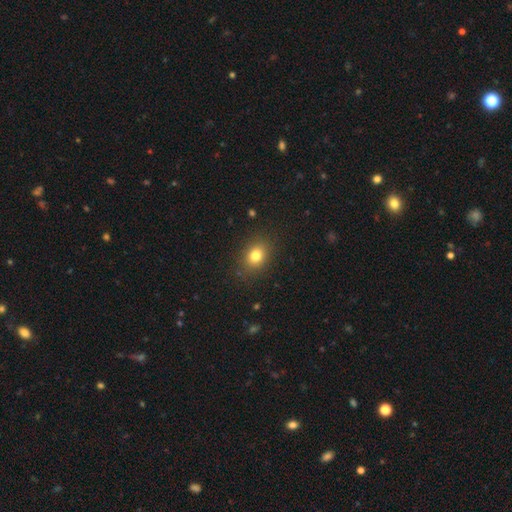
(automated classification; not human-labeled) A smooth galaxy with no disk features (80%) that is in between round and cigar-shaped (54%). Merging: none (86%).